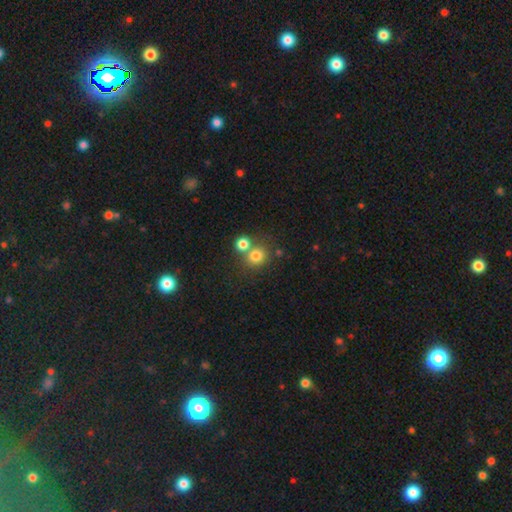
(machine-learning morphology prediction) type=smooth (78%); roundness=round (84%); merging=none (55%).